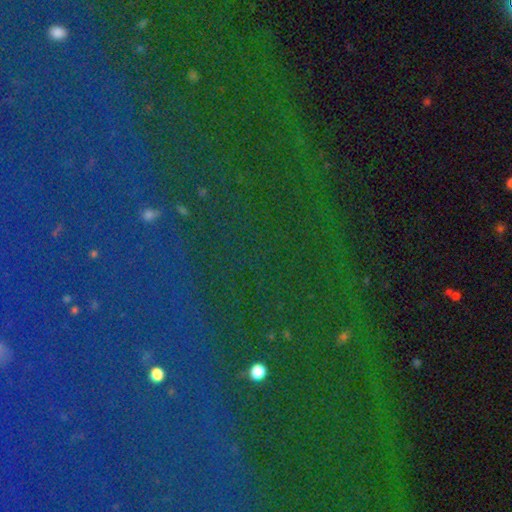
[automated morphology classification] Smooth or featured? star or artifact (82%)